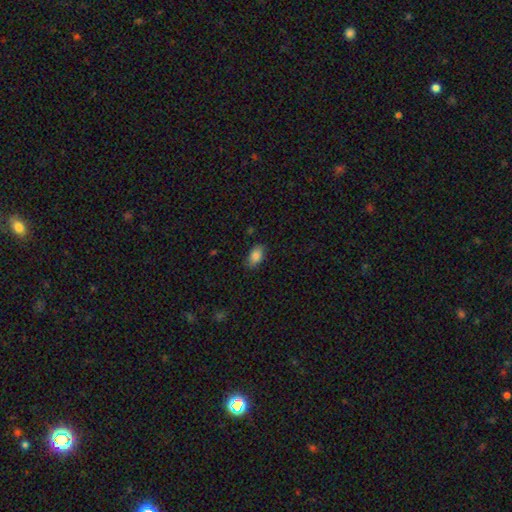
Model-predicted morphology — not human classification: A smooth galaxy with no disk features (86%) that is in between round and cigar-shaped (91%).

Vote fractions:
- Smooth or featured? smooth: 86% / star or artifact: 8% / featured or disk: 6%
- How rounded? in between: 91% / round: 7% / cigar-shaped: 2%
- Merging? none: 82% / minor disturbance: 14% / major disturbance: 3% / merger: 1%